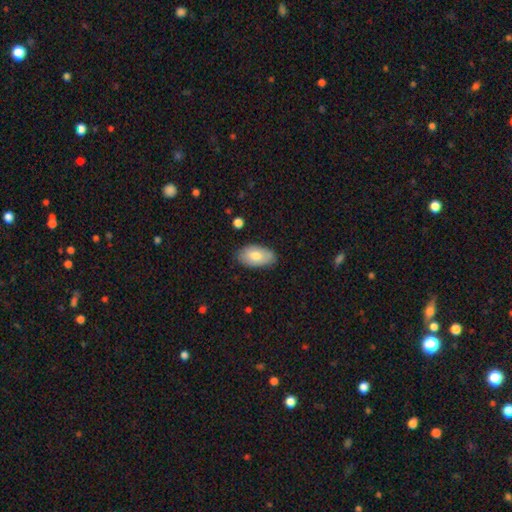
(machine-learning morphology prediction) This is likely a smooth galaxy (76%). How rounded: clearly in between (94%). Merging: likely none (79%).